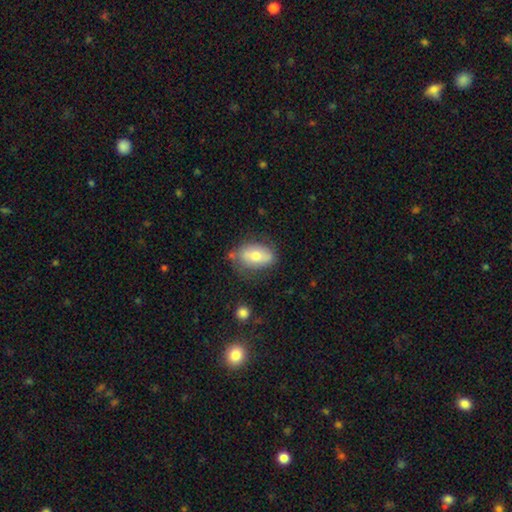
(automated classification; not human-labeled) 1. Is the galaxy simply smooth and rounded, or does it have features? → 67% smooth, 25% featured or disk, 7% star or artifact.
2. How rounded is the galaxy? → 89% in between, 8% round, 3% cigar-shaped.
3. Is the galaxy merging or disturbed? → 68% none, 22% minor disturbance, 6% major disturbance, 4% merger.